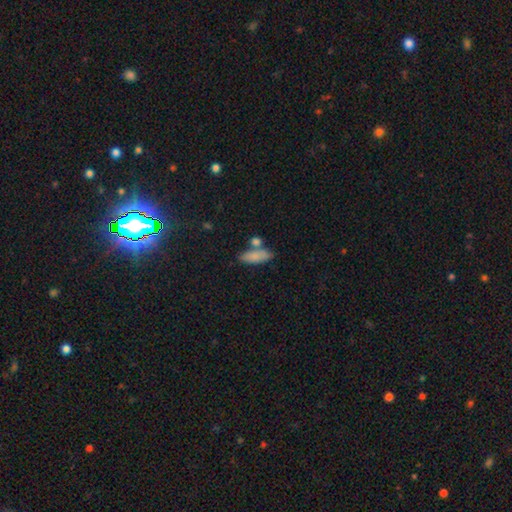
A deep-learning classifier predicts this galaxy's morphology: This is clearly a smooth galaxy (82%). How rounded: likely in between (71%). Merging: possibly none (56%).